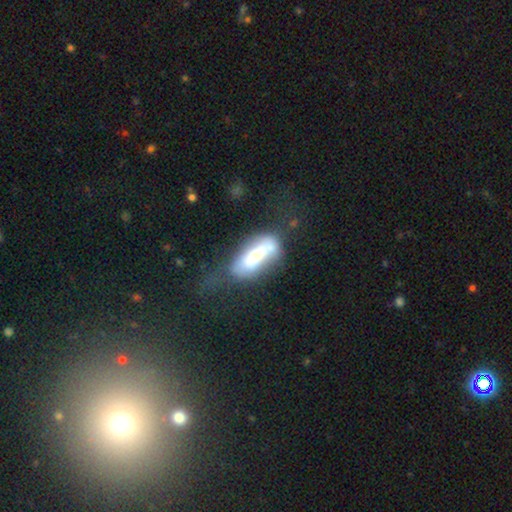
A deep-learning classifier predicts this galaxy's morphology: Smooth or featured?
  - smooth: 60% *
  - featured or disk: 31%
  - star or artifact: 8%
How rounded?
  - in between: 64% *
  - cigar-shaped: 34%
  - round: 3%
Merging?
  - major disturbance: 33% *
  - none: 28%
  - minor disturbance: 25%
  - merger: 14%